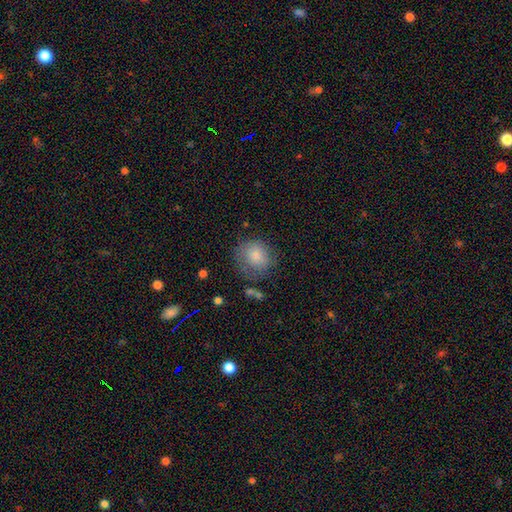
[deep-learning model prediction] This is clearly a smooth galaxy (82%). How rounded: clearly round (82%). Merging: likely none (63%).